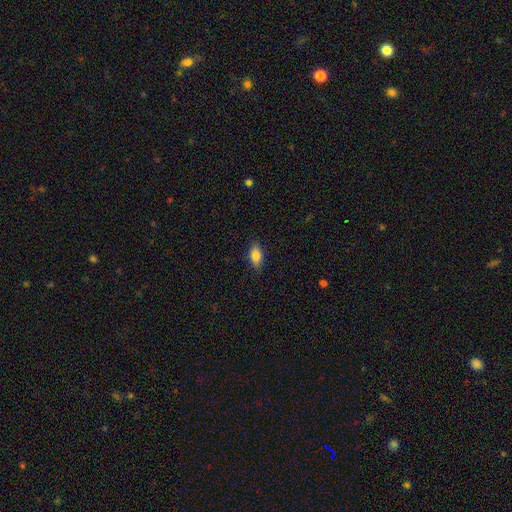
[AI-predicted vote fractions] Overall: smooth (81%). How rounded: in between (84%). Merging: none (86%).